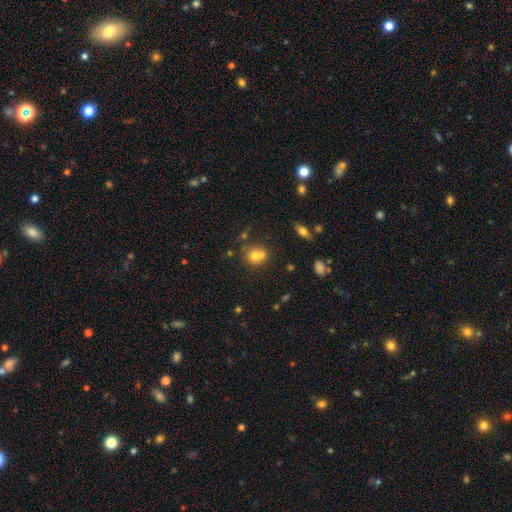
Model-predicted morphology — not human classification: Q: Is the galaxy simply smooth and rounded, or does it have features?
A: smooth — 71%.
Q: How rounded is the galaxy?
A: round — 73%.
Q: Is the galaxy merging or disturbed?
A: merger — 45%.